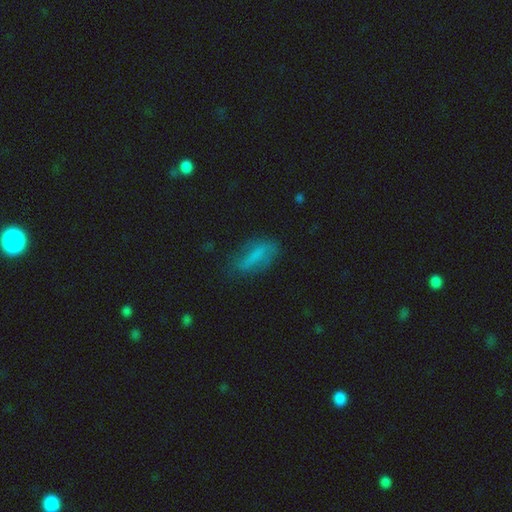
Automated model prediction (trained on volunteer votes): A smooth galaxy with no disk features (63%) that is in between round and cigar-shaped (57%).

Vote fractions:
- Smooth or featured? smooth: 63% / featured or disk: 26% / star or artifact: 11%
- How rounded? in between: 57% / cigar-shaped: 39% / round: 4%
- Merging? none: 68% / minor disturbance: 21% / major disturbance: 8% / merger: 2%